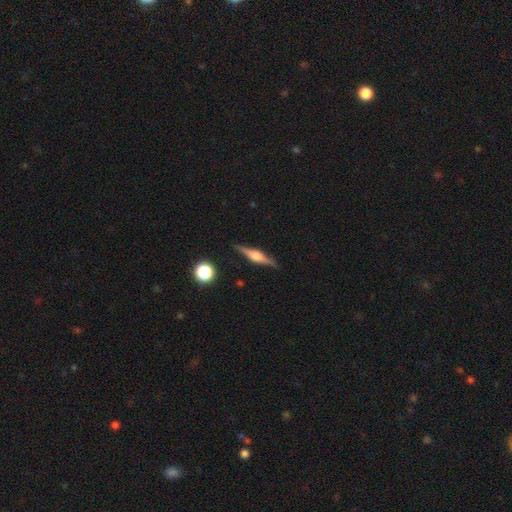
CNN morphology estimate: smooth_or_featured: featured or disk (p=0.78) [alt: smooth p=0.16]
disk_edge_on: yes (p=0.98) [alt: no p=0.02]
edge_on_bulge: rounded (p=0.81) [alt: boxy p=0.16]
merging: none (p=0.90) [alt: minor disturbance p=0.07]